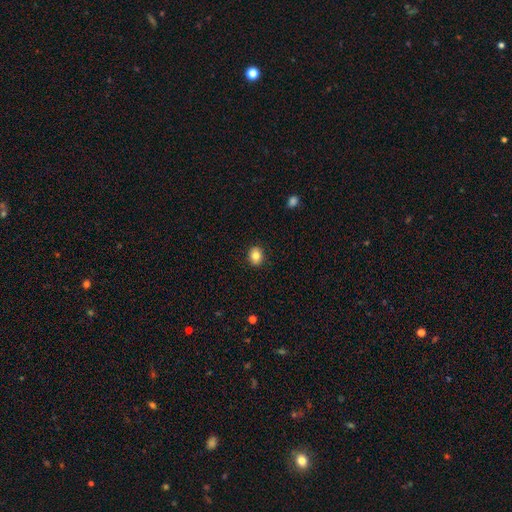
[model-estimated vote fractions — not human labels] The model was most divided on "how rounded": round: 55%, in between: 44%, cigar-shaped: 1%. More confident: merging — none (89%); smooth or featured — smooth (83%).